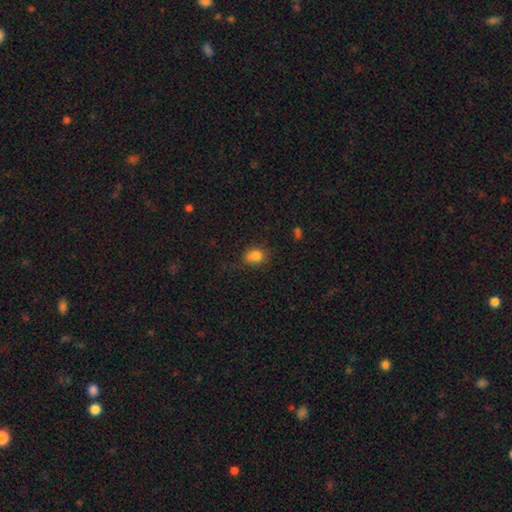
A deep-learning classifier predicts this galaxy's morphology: The model was most divided on "how rounded": in between: 51%, round: 48%, cigar-shaped: 1%. More confident: smooth or featured — smooth (82%); merging — none (57%).